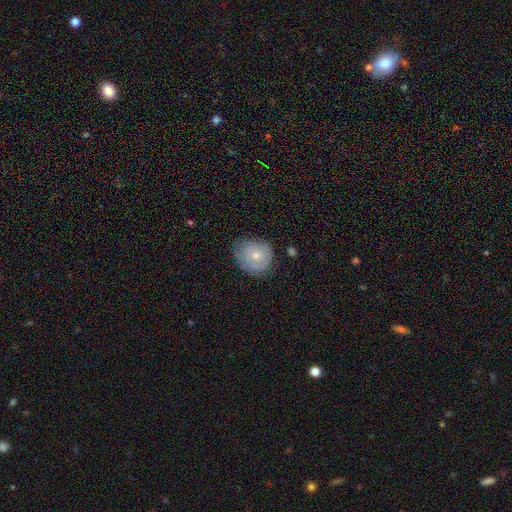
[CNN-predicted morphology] A smooth galaxy with no disk features (64%) that is round (75%). Merging: none (59%).